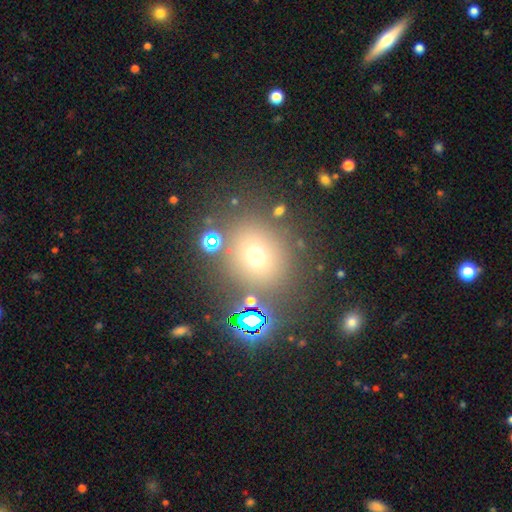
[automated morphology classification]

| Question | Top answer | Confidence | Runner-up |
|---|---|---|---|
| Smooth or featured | smooth | 59% | star or artifact (28%) |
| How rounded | round | 80% | in between (19%) |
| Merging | none | 77% | minor disturbance (10%) |